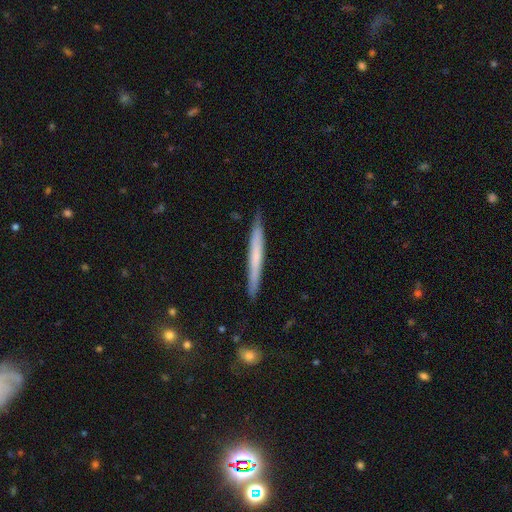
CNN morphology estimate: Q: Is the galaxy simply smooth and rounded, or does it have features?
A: smooth — 53%.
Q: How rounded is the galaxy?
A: cigar-shaped — 97%.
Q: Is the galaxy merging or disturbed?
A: none — 88%.